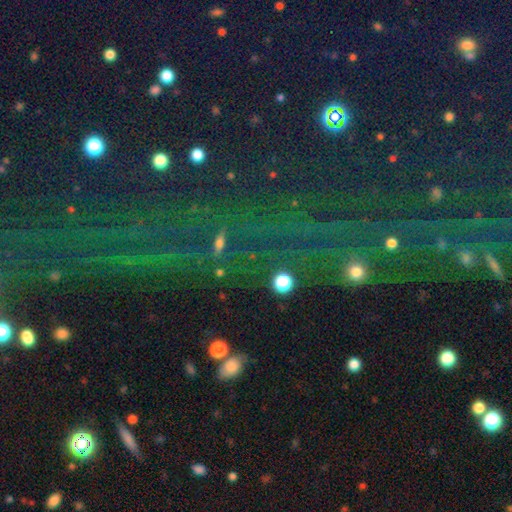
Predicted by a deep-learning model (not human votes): Morphology: type=star or artifact (77%).